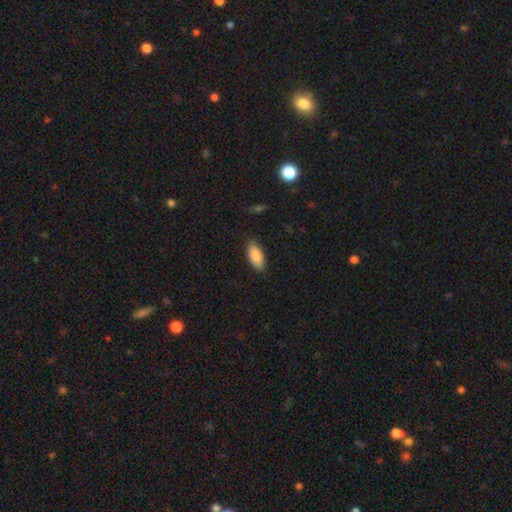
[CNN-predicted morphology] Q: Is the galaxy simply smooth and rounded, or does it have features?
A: smooth — 87%.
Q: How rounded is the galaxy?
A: in between — 87%.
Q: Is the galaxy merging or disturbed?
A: none — 85%.